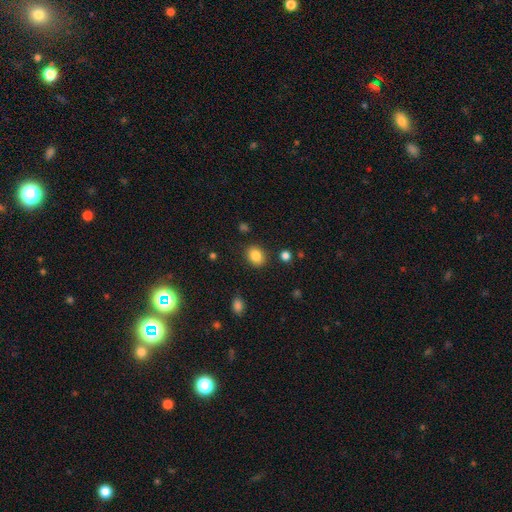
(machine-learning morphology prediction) A smooth galaxy with no disk features (85%) that is in between round and cigar-shaped (50%). Merging: none (86%).